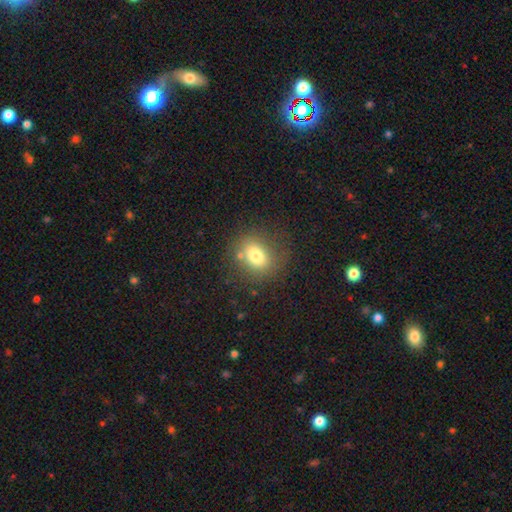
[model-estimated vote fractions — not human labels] Smooth or featured? smooth (74%)
How rounded? round (55%)
Merging? none (74%)